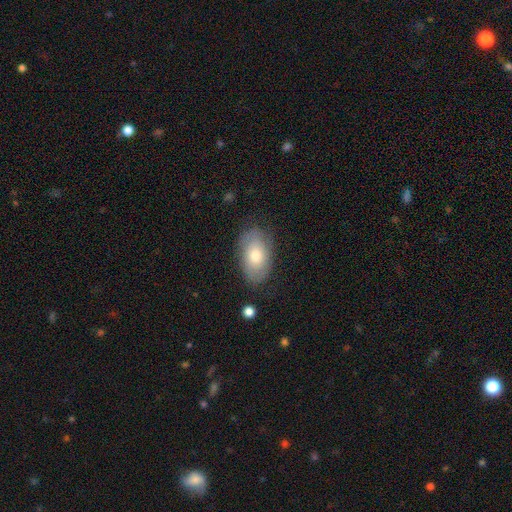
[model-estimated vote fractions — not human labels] This appears to be a smooth galaxy with no disk features (65%) that is in between round and cigar-shaped (91%). Merging: none (77%).